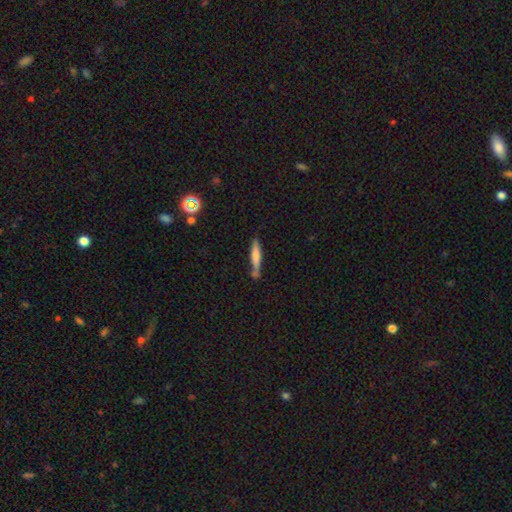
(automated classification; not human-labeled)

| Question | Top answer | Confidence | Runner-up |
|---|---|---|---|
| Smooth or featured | smooth | 67% | featured or disk (26%) |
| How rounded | cigar-shaped | 90% | in between (9%) |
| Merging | none | 66% | minor disturbance (17%) |